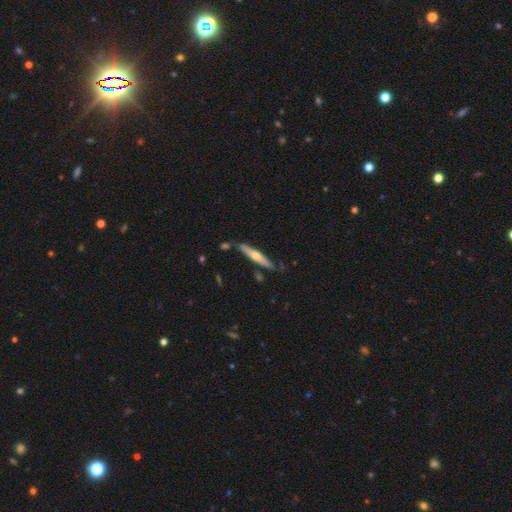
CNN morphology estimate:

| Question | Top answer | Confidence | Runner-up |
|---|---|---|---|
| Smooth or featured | featured or disk | 57% | smooth (38%) |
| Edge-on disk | yes | 93% | no (7%) |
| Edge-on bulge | rounded | 84% | none (12%) |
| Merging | none | 79% | minor disturbance (13%) |